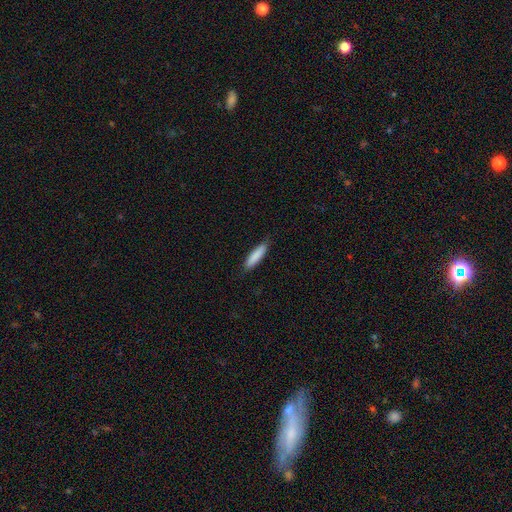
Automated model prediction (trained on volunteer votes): Smooth or featured?
  - smooth: 86% *
  - featured or disk: 8%
  - star or artifact: 6%
How rounded?
  - cigar-shaped: 78% *
  - in between: 20%
  - round: 1%
Merging?
  - none: 85% *
  - minor disturbance: 12%
  - major disturbance: 2%
  - merger: 1%